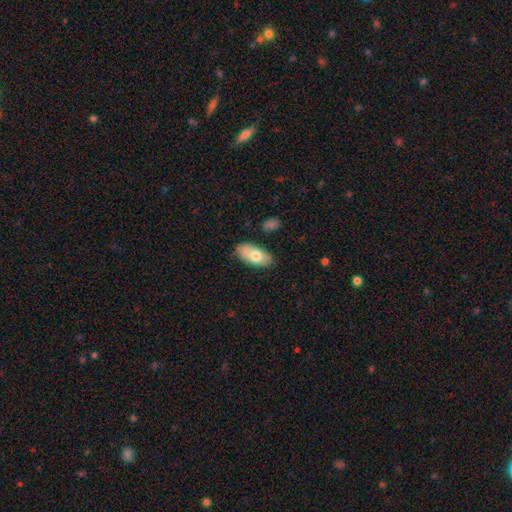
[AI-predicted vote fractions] This is likely a smooth galaxy (74%). How rounded: clearly in between (93%). Merging: likely none (74%).